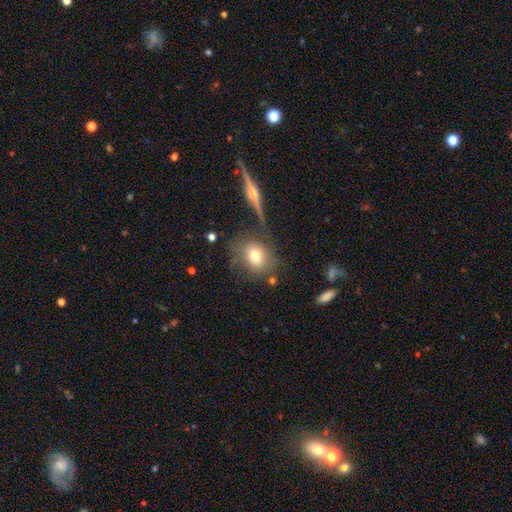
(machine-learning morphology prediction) The model was most divided on "how rounded": round: 56%, in between: 42%, cigar-shaped: 2%. More confident: smooth or featured — smooth (75%); merging — none (67%).